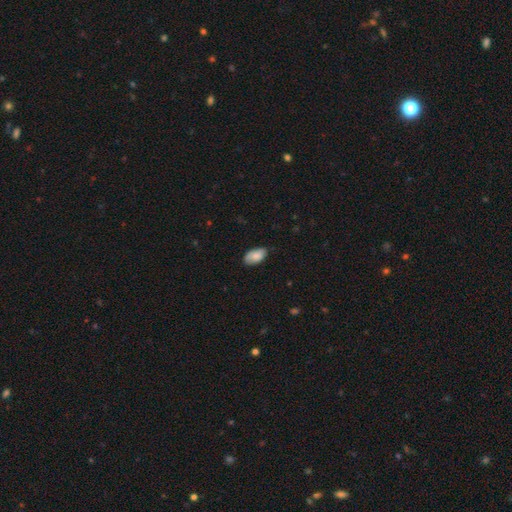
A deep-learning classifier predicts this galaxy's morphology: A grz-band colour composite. It shows a smooth galaxy with no disk features (83%) that is in between round and cigar-shaped (95%). Merging: none (74%).